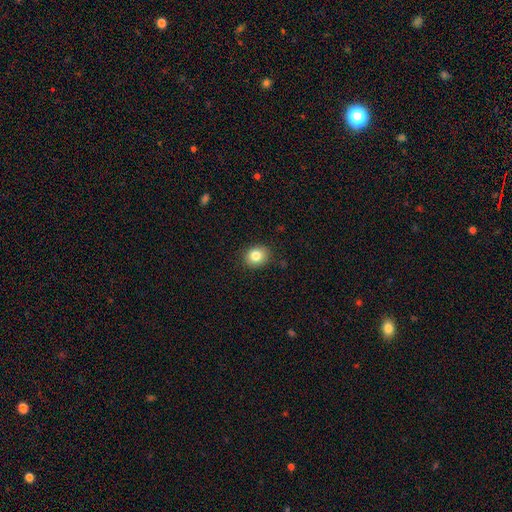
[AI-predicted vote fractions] smooth-or-featured: smooth: 83% | star or artifact: 10% | featured or disk: 7%
  how-rounded: round: 61% | in between: 38% | cigar-shaped: 1%
  merging: none: 88% | minor disturbance: 9% | major disturbance: 2% | merger: 1%